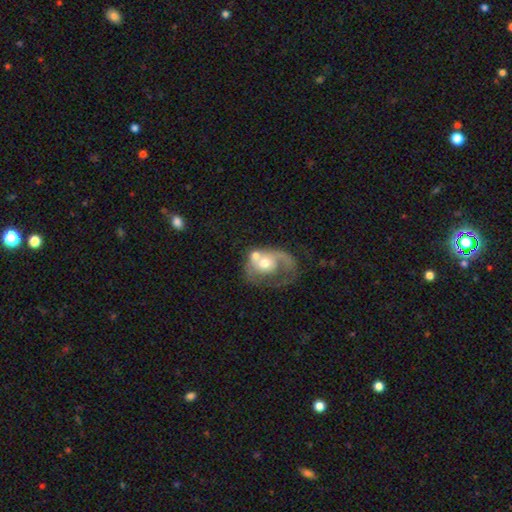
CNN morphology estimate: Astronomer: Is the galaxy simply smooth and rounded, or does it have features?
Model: featured or disk — 66%.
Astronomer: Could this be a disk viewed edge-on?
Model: no — 97%.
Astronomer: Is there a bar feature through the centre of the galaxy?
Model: no — 82%.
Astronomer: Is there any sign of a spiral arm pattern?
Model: yes — 64%.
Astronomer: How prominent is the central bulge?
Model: moderate — 65%.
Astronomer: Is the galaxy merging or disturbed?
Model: major disturbance — 33% (runner-up: merger, 31%).